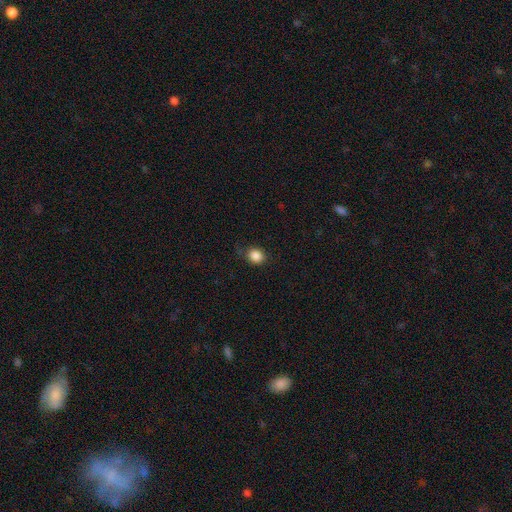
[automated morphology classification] A smooth galaxy with no disk features (86%) that is round (70%).

Vote fractions:
- Smooth or featured? smooth: 86% / star or artifact: 10% / featured or disk: 3%
- How rounded? round: 70% / in between: 29% / cigar-shaped: 1%
- Merging? none: 81% / minor disturbance: 14% / major disturbance: 4% / merger: 1%